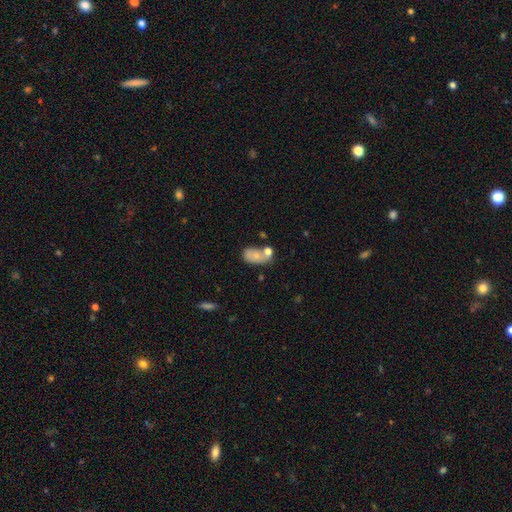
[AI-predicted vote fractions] Morphology: type=smooth (61%); roundness=in between (85%); merging=none (34%).